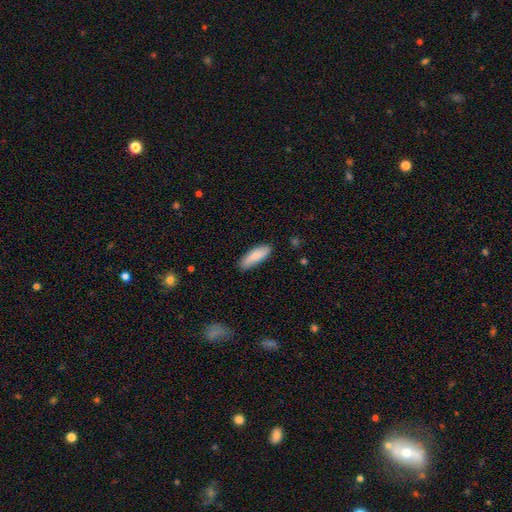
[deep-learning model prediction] Smooth or featured? smooth (84%)
How rounded? in between (60%)
Merging? none (84%)